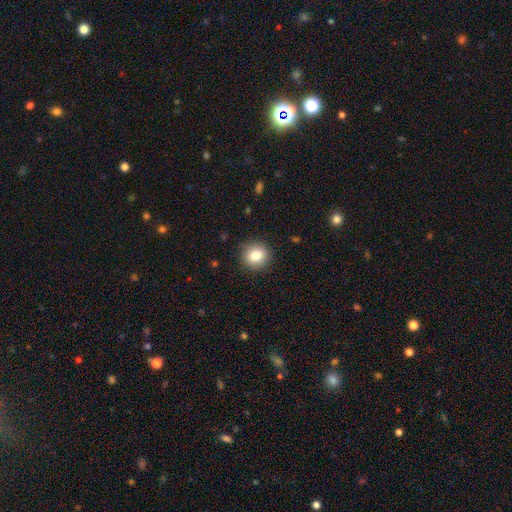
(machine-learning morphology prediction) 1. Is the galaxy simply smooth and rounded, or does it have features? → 82% smooth, 10% star or artifact, 8% featured or disk.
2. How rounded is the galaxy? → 89% round, 10% in between, 1% cigar-shaped.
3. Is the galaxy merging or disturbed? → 90% none, 7% minor disturbance, 2% major disturbance, 1% merger.